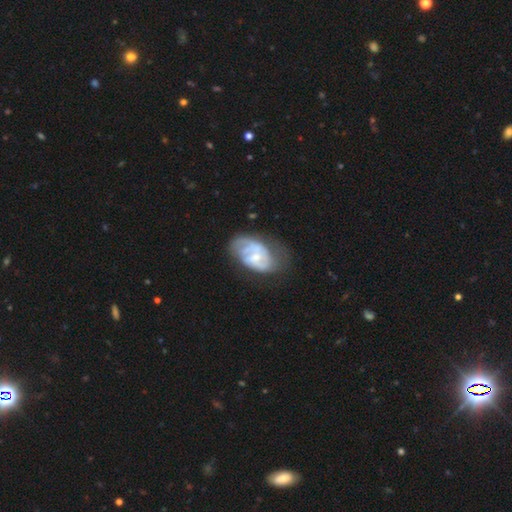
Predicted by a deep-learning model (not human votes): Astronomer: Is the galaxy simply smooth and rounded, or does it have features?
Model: featured or disk — 63%.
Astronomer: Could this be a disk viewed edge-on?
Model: no — 96%.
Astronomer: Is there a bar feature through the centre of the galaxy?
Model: no — 56% (runner-up: weak, 37%).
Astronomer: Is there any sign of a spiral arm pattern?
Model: yes — 71%.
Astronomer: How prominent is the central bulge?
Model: small — 47% (runner-up: moderate, 36%).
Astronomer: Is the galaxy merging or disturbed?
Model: none — 45% (runner-up: minor disturbance, 30%).